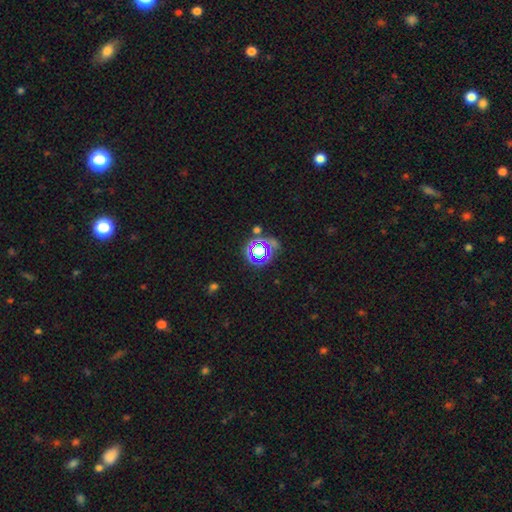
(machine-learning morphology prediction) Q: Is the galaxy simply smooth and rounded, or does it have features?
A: star or artifact — 58%.